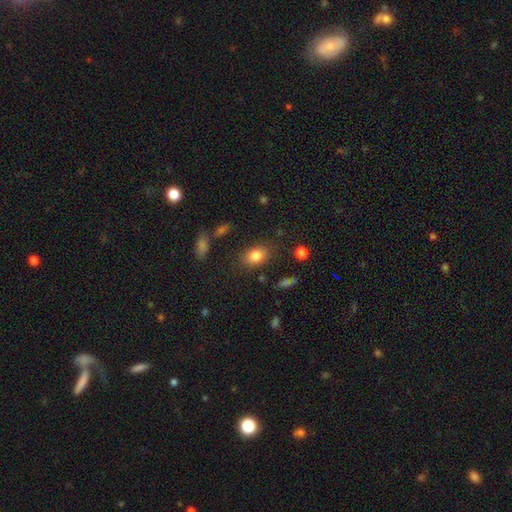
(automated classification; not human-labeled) Morphology: type=smooth (81%); roundness=in between (78%); merging=none (80%).